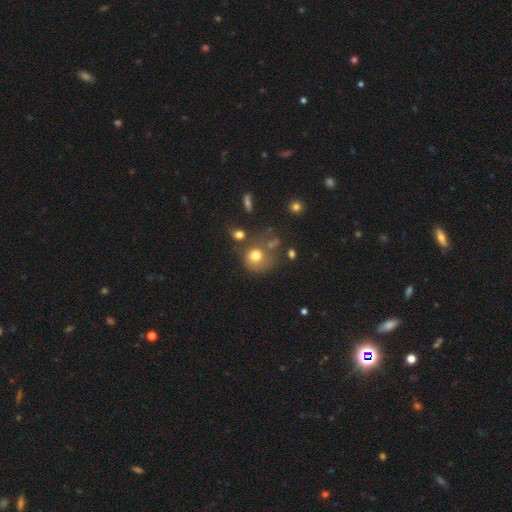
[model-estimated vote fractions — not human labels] Morphology: type=smooth (72%); roundness=round (80%); merging=none (44%).